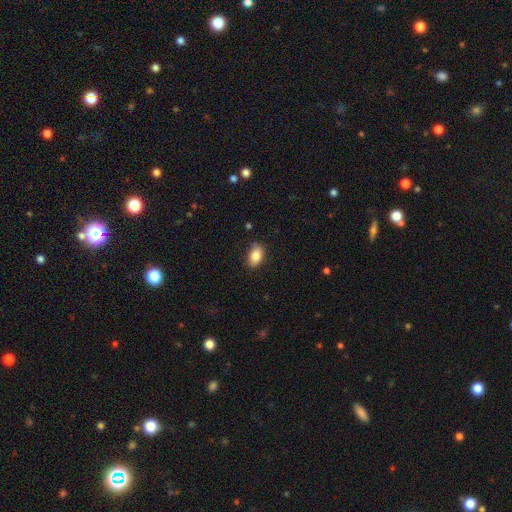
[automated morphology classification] A smooth galaxy with no disk features (85%) that is in between round and cigar-shaped (87%). Merging: none (76%).